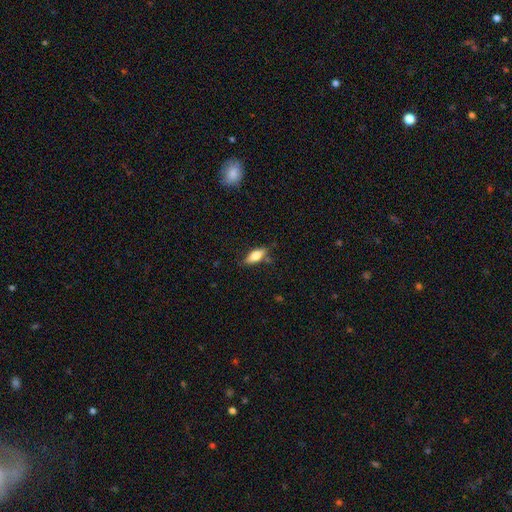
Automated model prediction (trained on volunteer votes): This is likely a smooth galaxy (68%). How rounded: likely in between (73%). Merging: likely none (76%).